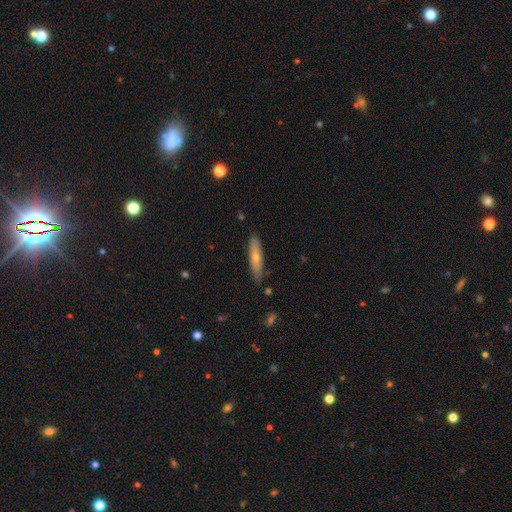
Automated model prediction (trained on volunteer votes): smooth-or-featured: smooth: 58% | featured or disk: 35% | star or artifact: 7%
  how-rounded: cigar-shaped: 86% | in between: 12% | round: 2%
  merging: none: 87% | minor disturbance: 10% | major disturbance: 2% | merger: 1%